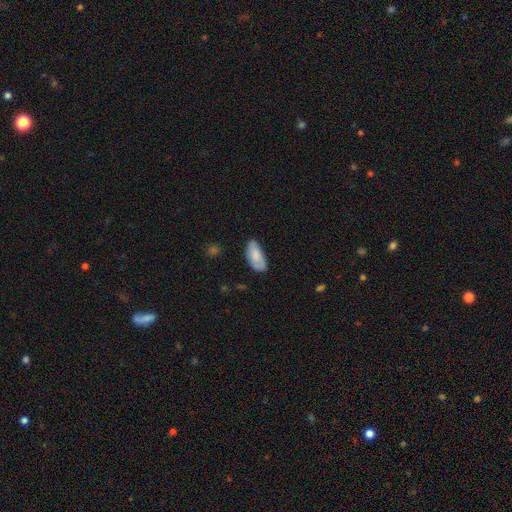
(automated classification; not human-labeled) Q: Smooth or featured?
A: smooth (74%); runner-up: featured or disk (19%)
Q: How rounded?
A: in between (90%); runner-up: cigar-shaped (8%)
Q: Merging?
A: none (66%); runner-up: minor disturbance (26%)